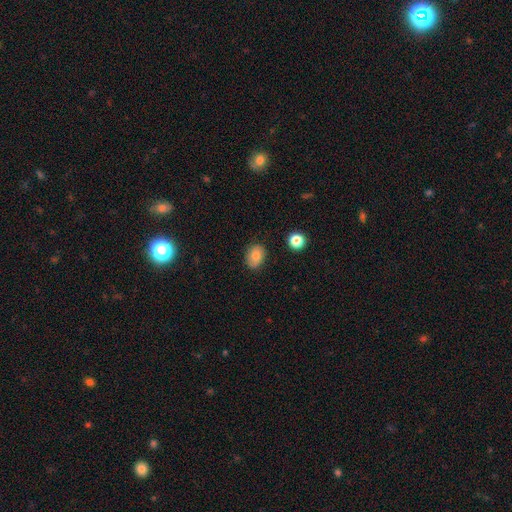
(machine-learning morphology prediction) smooth_or_featured: smooth (p=0.80) [alt: featured or disk p=0.11]
how_rounded: in between (p=0.66) [alt: round p=0.33]
merging: none (p=0.81) [alt: minor disturbance p=0.15]